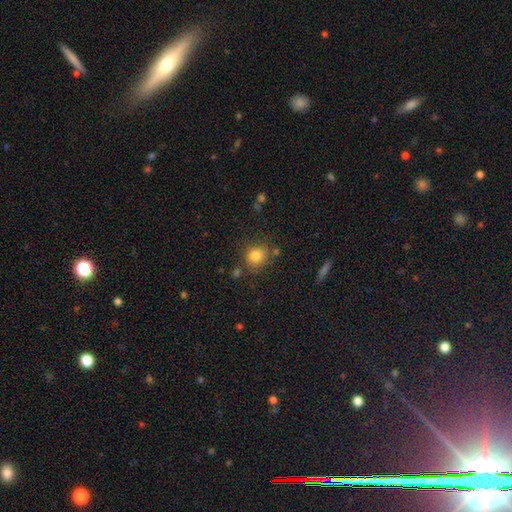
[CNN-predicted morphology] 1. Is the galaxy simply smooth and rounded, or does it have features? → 81% smooth, 12% star or artifact, 7% featured or disk.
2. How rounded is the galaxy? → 86% round, 13% in between, 1% cigar-shaped.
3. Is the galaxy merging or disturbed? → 76% none, 13% minor disturbance, 7% merger, 4% major disturbance.